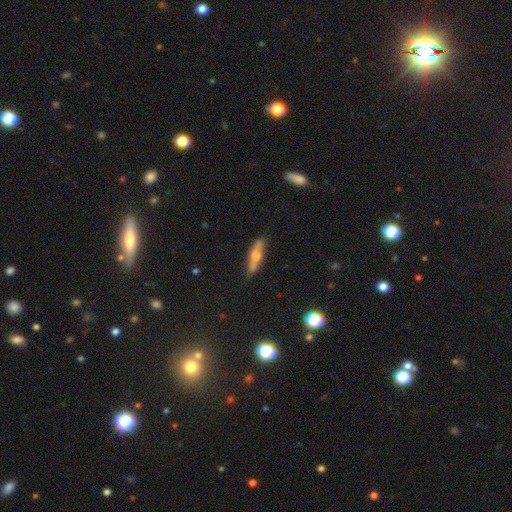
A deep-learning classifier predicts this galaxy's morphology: Smooth or featured? smooth (51%)
How rounded? cigar-shaped (65%)
Merging? none (78%)